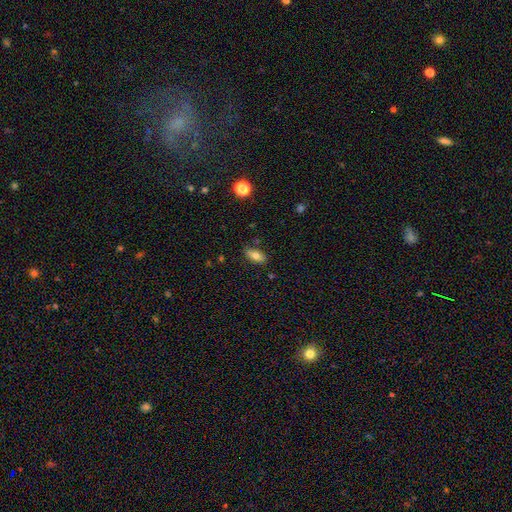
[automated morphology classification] smooth_or_featured: smooth (p=0.75) [alt: featured or disk p=0.17]
how_rounded: in between (p=0.86) [alt: cigar-shaped p=0.10]
merging: none (p=0.83) [alt: minor disturbance p=0.12]